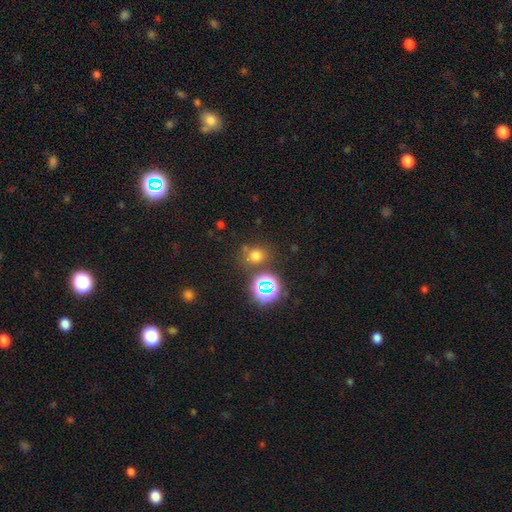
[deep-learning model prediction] Smooth or featured? Predicted: smooth (p=0.66). How rounded? Predicted: round (p=0.77). Merging? Predicted: none (p=0.74).